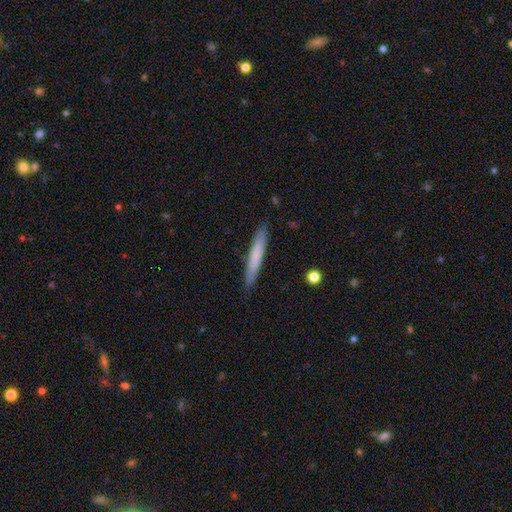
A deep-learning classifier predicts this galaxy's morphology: type=smooth (70%); roundness=cigar-shaped (95%); merging=none (89%).